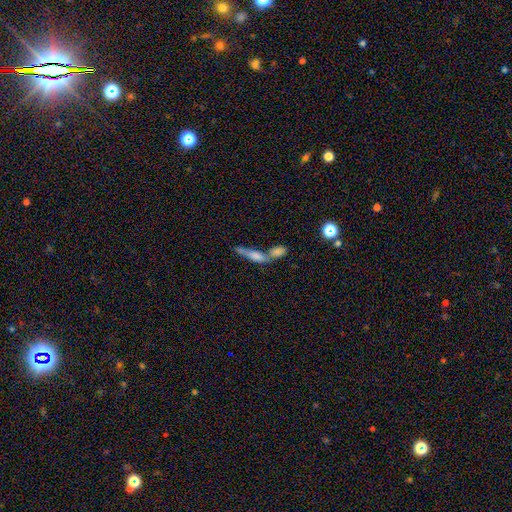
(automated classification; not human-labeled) Smooth or featured? smooth (52%)
How rounded? cigar-shaped (62%)
Merging? merger (60%)